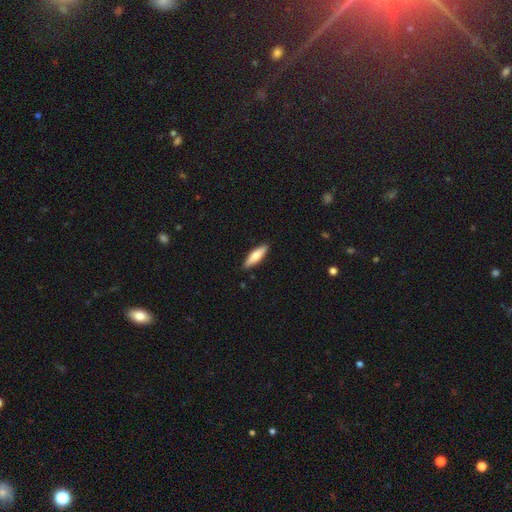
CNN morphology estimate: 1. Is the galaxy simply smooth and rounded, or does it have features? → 73% smooth, 21% featured or disk, 5% star or artifact.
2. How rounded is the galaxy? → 64% cigar-shaped, 34% in between, 2% round.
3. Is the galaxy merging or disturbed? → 89% none, 8% minor disturbance, 2% major disturbance, 1% merger.